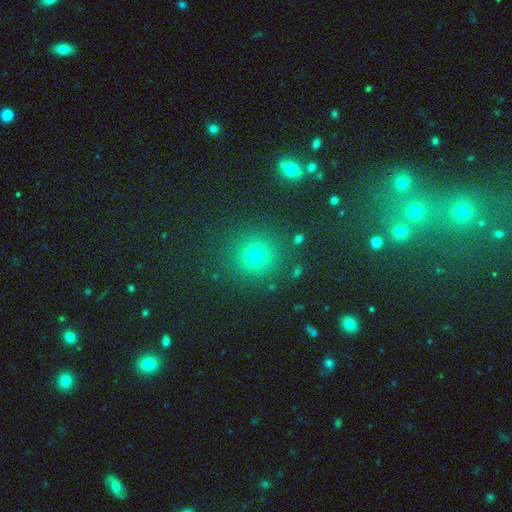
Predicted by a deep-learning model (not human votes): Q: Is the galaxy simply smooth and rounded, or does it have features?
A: smooth — 69%.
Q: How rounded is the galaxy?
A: round — 93%.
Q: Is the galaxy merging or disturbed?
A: none — 89%.